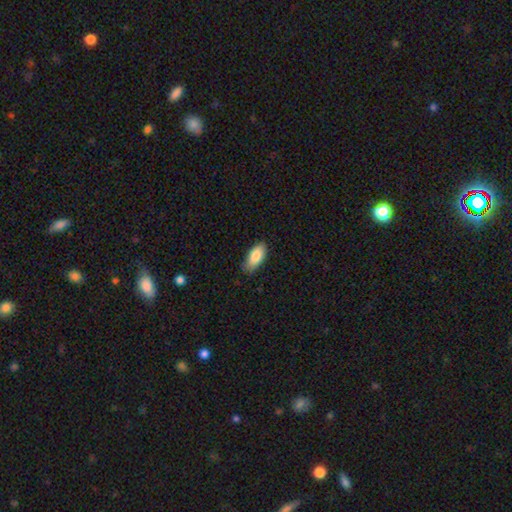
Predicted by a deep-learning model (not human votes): This appears to be a smooth galaxy with no disk features (85%) that is in between round and cigar-shaped (88%). Merging: none (79%).